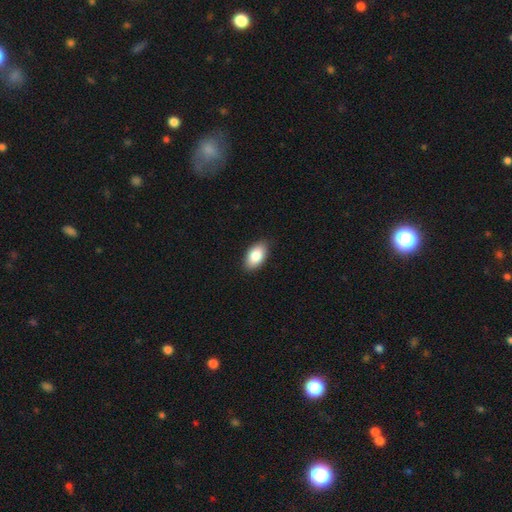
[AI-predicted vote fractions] Smooth or featured?
  - smooth: 85% *
  - featured or disk: 8%
  - star or artifact: 7%
How rounded?
  - in between: 94% *
  - round: 4%
  - cigar-shaped: 2%
Merging?
  - none: 88% *
  - minor disturbance: 9%
  - major disturbance: 2%
  - merger: 1%